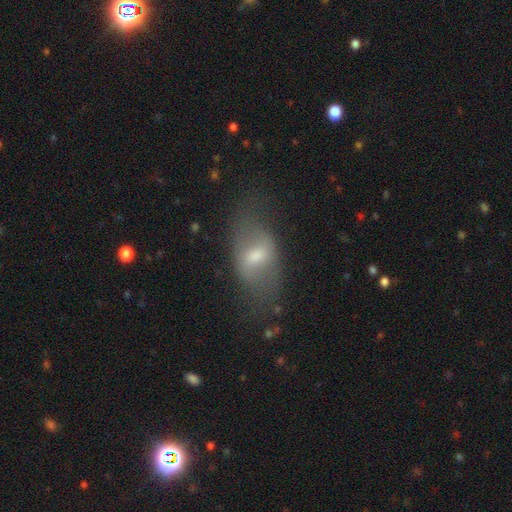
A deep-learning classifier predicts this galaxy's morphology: Smooth or featured?
  - featured or disk: 47% *
  - smooth: 43%
  - star or artifact: 9%
Merging?
  - none: 67% *
  - minor disturbance: 20%
  - major disturbance: 11%
  - merger: 2%